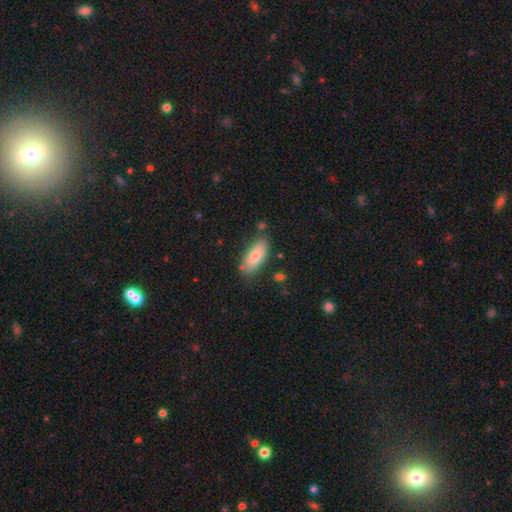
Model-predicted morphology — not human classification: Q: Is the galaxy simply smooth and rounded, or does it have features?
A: smooth — 80%.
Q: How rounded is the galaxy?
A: in between — 83%.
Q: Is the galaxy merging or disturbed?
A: none — 77%.